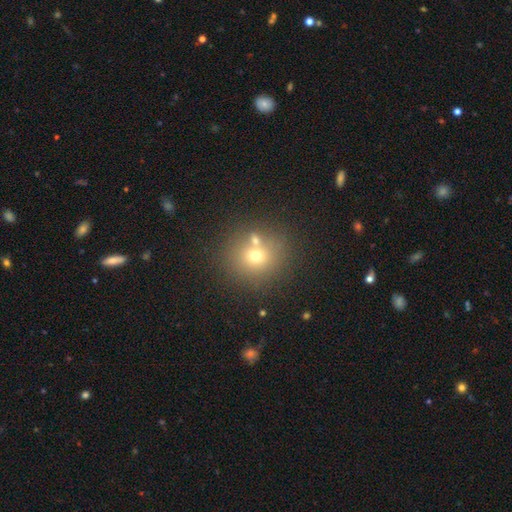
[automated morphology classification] Overall: smooth (66%). How rounded: round (86%). Merging: none (66%).